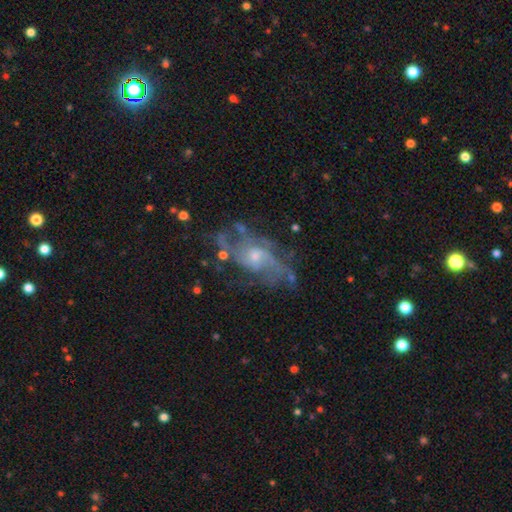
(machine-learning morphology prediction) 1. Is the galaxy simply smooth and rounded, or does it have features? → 67% featured or disk, 19% star or artifact, 14% smooth.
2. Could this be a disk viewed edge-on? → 91% no, 9% yes.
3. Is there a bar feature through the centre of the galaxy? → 72% no, 23% weak, 5% strong.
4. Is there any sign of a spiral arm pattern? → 76% yes, 24% no.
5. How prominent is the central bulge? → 52% small, 37% moderate, 5% none, 3% large, 1% dominant.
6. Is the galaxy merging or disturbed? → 65% none, 18% minor disturbance, 14% major disturbance, 3% merger.